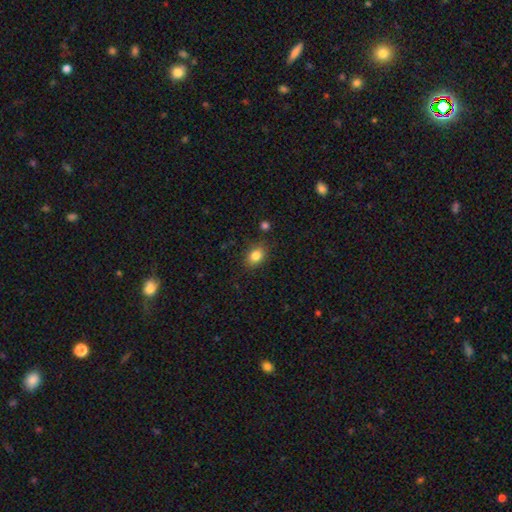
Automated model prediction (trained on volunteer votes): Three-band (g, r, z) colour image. It shows a smooth galaxy with no disk features (83%) that is in between round and cigar-shaped (63%). Merging: none (83%).